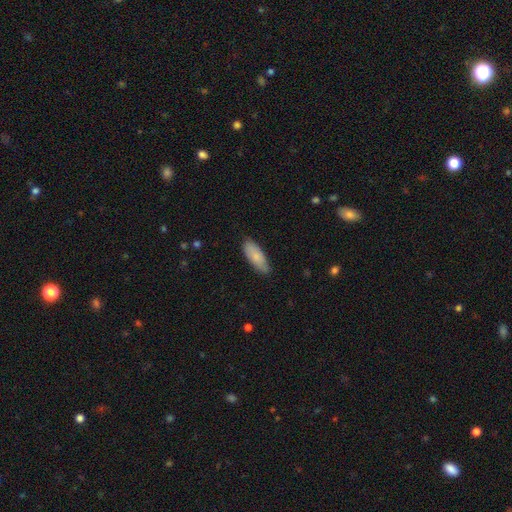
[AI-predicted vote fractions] smooth_or_featured: smooth (p=0.79) [alt: featured or disk p=0.15]
how_rounded: in between (p=0.73) [alt: cigar-shaped p=0.25]
merging: none (p=0.79) [alt: minor disturbance p=0.18]